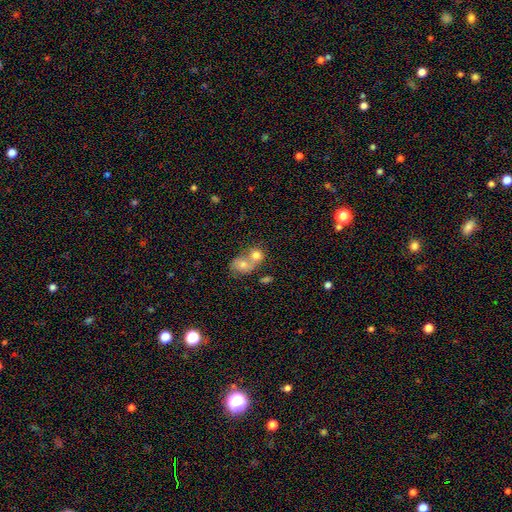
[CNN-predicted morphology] smooth-or-featured: smooth: 71% | featured or disk: 20% | star or artifact: 10%
  how-rounded: round: 66% | in between: 33% | cigar-shaped: 1%
  merging: merger: 69% | none: 22% | minor disturbance: 6% | major disturbance: 3%